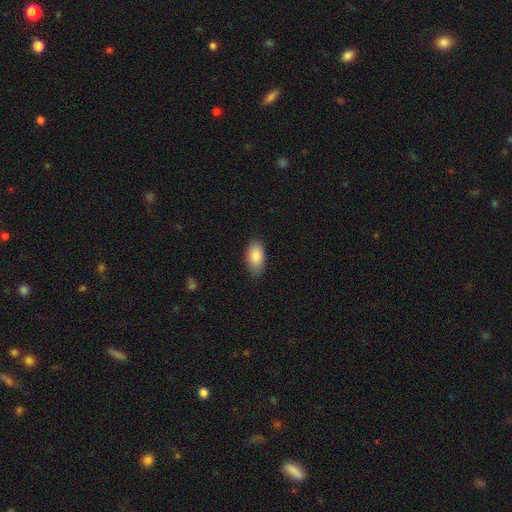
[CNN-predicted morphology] Smooth or featured?
  - smooth: 88% *
  - star or artifact: 6%
  - featured or disk: 6%
How rounded?
  - in between: 93% *
  - round: 4%
  - cigar-shaped: 3%
Merging?
  - none: 80% *
  - minor disturbance: 16%
  - major disturbance: 3%
  - merger: 1%